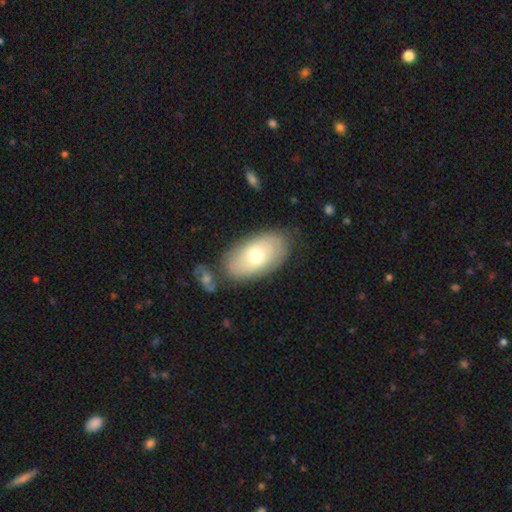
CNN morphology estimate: A smooth galaxy with no disk features (62%) that is in between round and cigar-shaped (92%).

Vote fractions:
- Smooth or featured? smooth: 62% / featured or disk: 32% / star or artifact: 7%
- How rounded? in between: 92% / round: 6% / cigar-shaped: 2%
- Merging? none: 76% / minor disturbance: 14% / merger: 5% / major disturbance: 4%